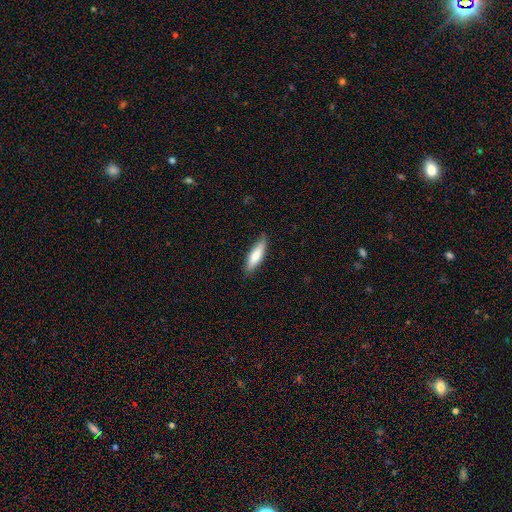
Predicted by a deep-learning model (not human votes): This appears to be a smooth galaxy with no disk features (78%) that is cigar-shaped (62%). Merging: none (84%).